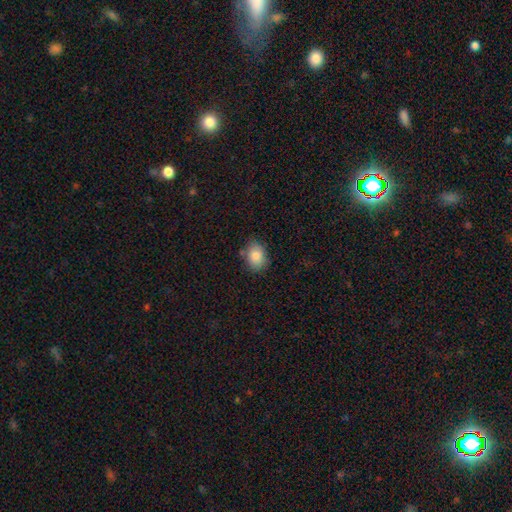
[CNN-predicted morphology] smooth_or_featured: smooth (p=0.85) [alt: star or artifact p=0.08]
how_rounded: in between (p=0.67) [alt: round p=0.32]
merging: none (p=0.76) [alt: minor disturbance p=0.16]